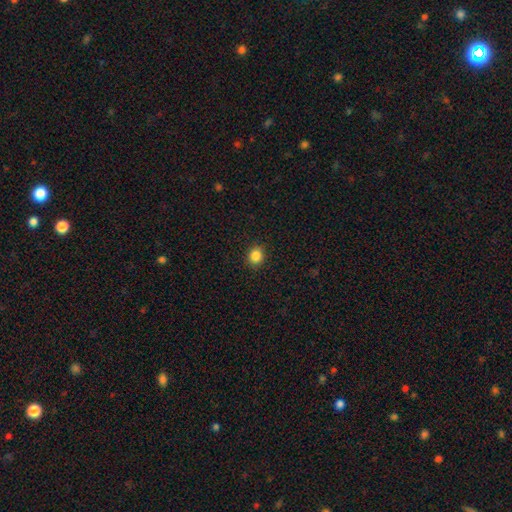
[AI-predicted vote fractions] Q: Smooth or featured?
A: smooth (85%); runner-up: star or artifact (11%)
Q: How rounded?
A: round (78%); runner-up: in between (21%)
Q: Merging?
A: none (91%); runner-up: minor disturbance (6%)